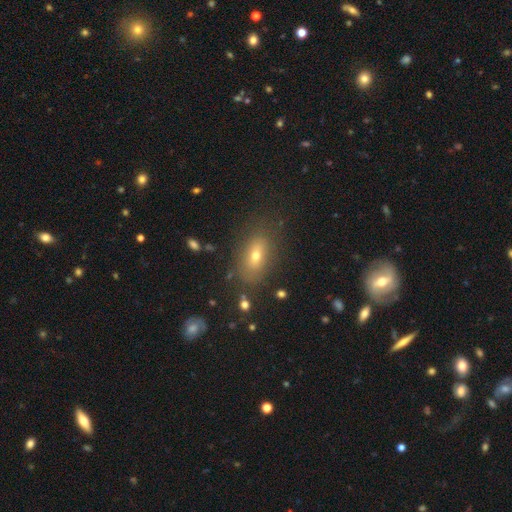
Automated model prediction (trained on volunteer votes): Smooth or featured: smooth — 65% (featured or disk — 22%)
How rounded: in between — 81% (round — 11%)
Merging: none — 78% (minor disturbance — 14%)